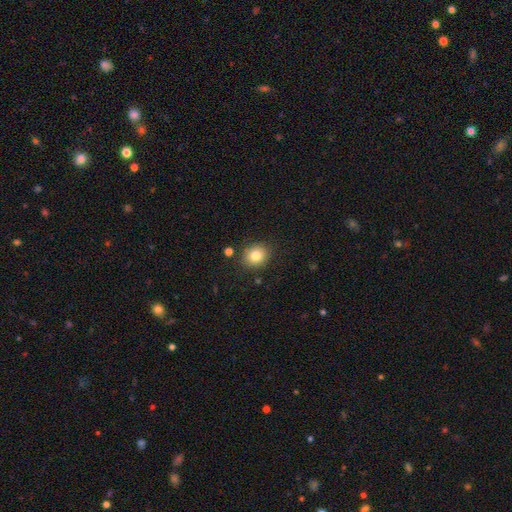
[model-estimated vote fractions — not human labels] Smooth or featured? smooth (81%)
How rounded? round (74%)
Merging? none (86%)